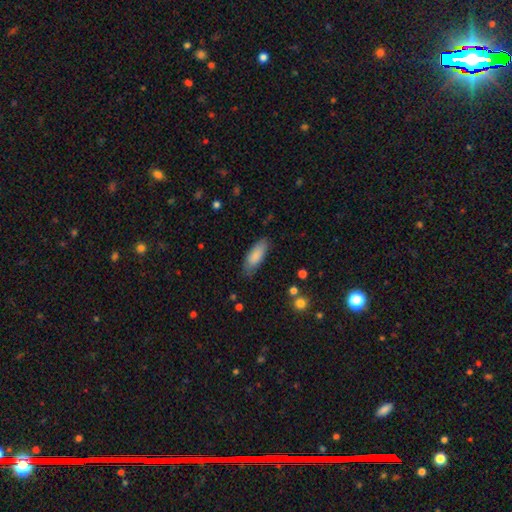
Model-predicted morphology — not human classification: Smooth or featured? Predicted: smooth (p=0.86). How rounded? Predicted: in between (p=0.73). Merging? Predicted: none (p=0.77).